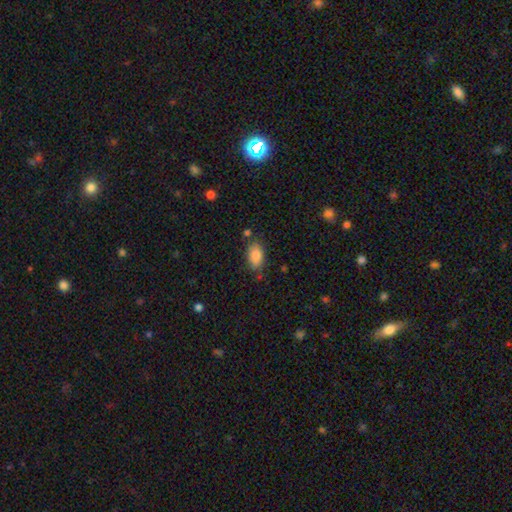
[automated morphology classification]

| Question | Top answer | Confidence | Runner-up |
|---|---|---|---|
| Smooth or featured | smooth | 86% | star or artifact (7%) |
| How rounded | in between | 92% | round (5%) |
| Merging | none | 77% | minor disturbance (15%) |